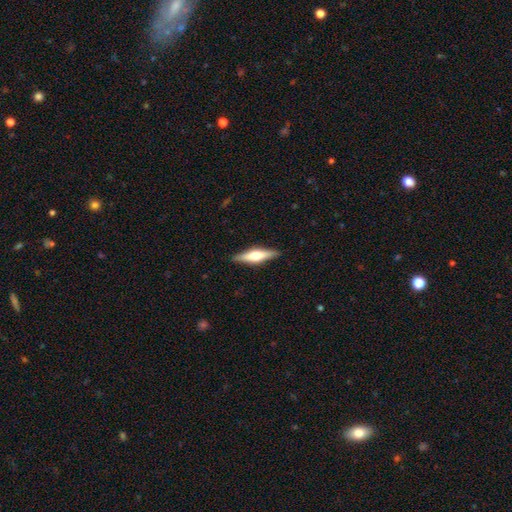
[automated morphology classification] smooth-or-featured: featured or disk: 57% | smooth: 37% | star or artifact: 6%
  disk-edge-on: yes: 96% | no: 4%
    edge-on-bulge: rounded: 90% | boxy: 7% | none: 3%
  merging: none: 90% | minor disturbance: 7% | major disturbance: 2% | merger: 1%